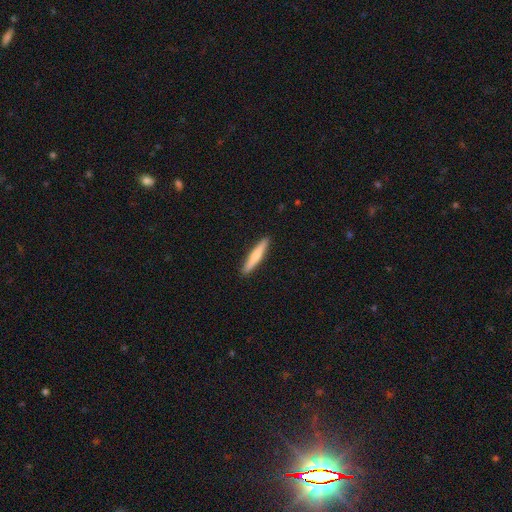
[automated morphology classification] The model was most divided on "smooth or featured": smooth: 64%, featured or disk: 31%, star or artifact: 5%. More confident: how rounded — cigar-shaped (93%); merging — none (92%).